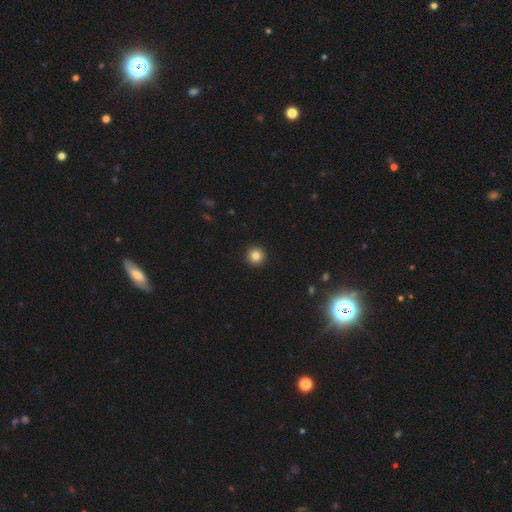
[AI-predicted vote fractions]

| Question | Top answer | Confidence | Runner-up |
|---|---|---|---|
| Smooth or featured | smooth | 83% | star or artifact (11%) |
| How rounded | round | 96% | in between (3%) |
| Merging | none | 94% | minor disturbance (4%) |